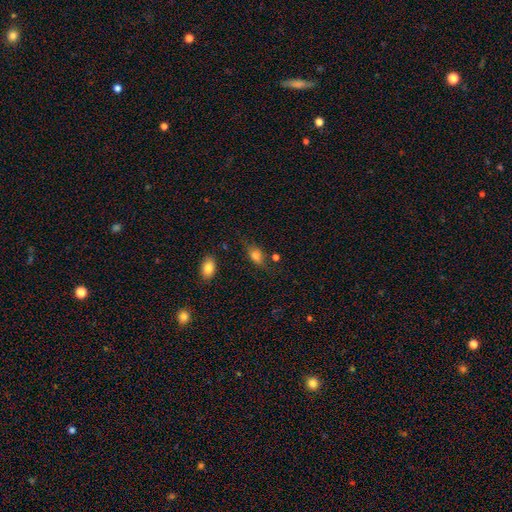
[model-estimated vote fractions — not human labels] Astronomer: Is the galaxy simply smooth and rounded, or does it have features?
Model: smooth — 72%.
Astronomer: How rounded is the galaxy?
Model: in between — 78%.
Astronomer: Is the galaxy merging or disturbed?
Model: none — 61%.